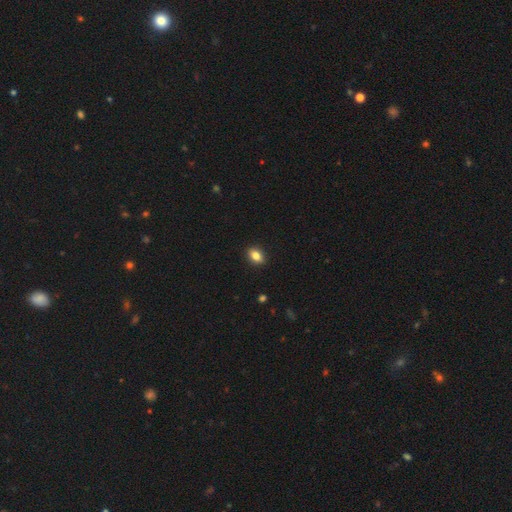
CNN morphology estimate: smooth-or-featured: smooth: 81% | featured or disk: 10% | star or artifact: 9%
  how-rounded: in between: 79% | round: 18% | cigar-shaped: 3%
  merging: none: 89% | minor disturbance: 8% | major disturbance: 2% | merger: 1%